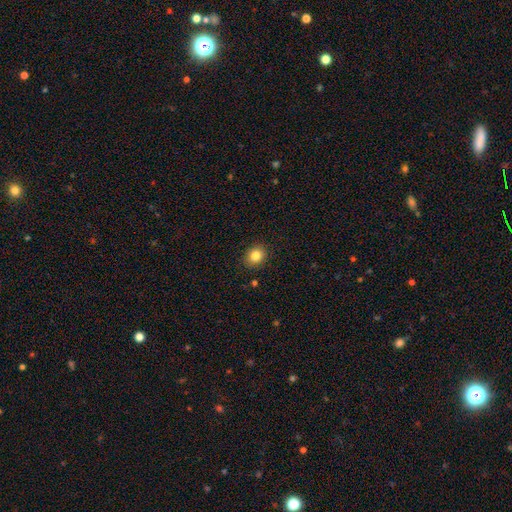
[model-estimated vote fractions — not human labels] This is clearly a smooth galaxy (83%). How rounded: likely round (66%). Merging: clearly none (89%).